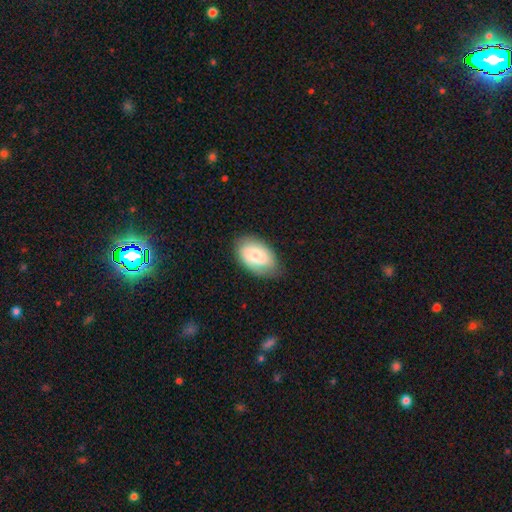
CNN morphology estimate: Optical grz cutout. It shows a smooth galaxy with no disk features (71%) that is in between round and cigar-shaped (92%). Merging: none (76%).